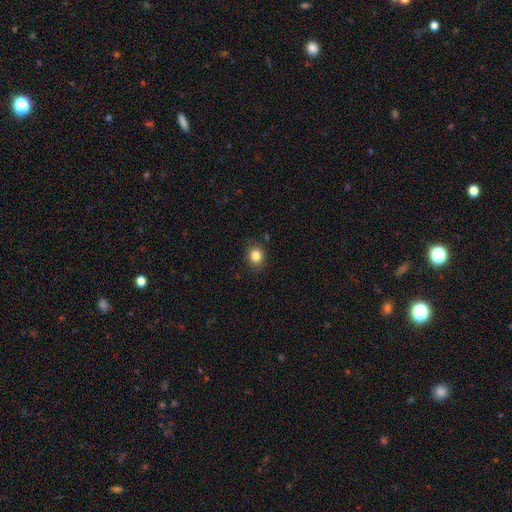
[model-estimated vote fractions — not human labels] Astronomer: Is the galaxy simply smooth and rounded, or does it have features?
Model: smooth — 83%.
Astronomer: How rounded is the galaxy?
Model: round — 67%.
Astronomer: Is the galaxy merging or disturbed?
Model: none — 86%.